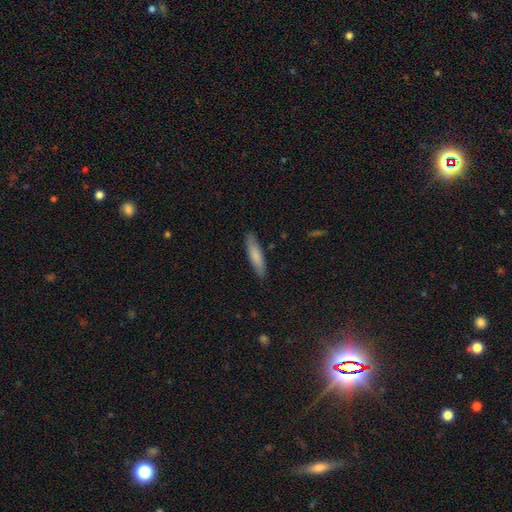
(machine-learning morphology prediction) Smooth or featured? smooth (78%)
How rounded? cigar-shaped (79%)
Merging? none (87%)